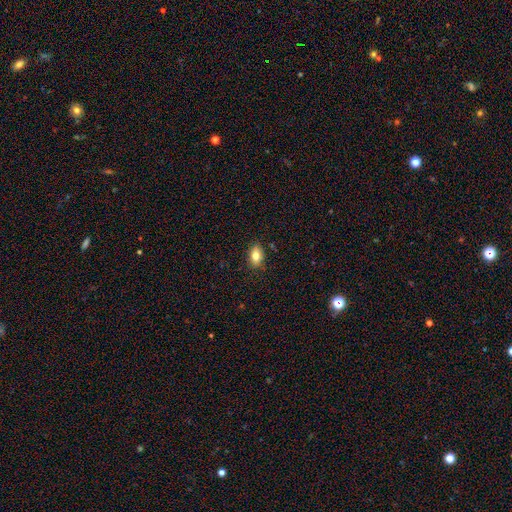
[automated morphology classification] smooth-or-featured: smooth: 77% | featured or disk: 15% | star or artifact: 8%
  how-rounded: in between: 86% | round: 9% | cigar-shaped: 5%
  merging: none: 85% | minor disturbance: 12% | major disturbance: 2% | merger: 1%